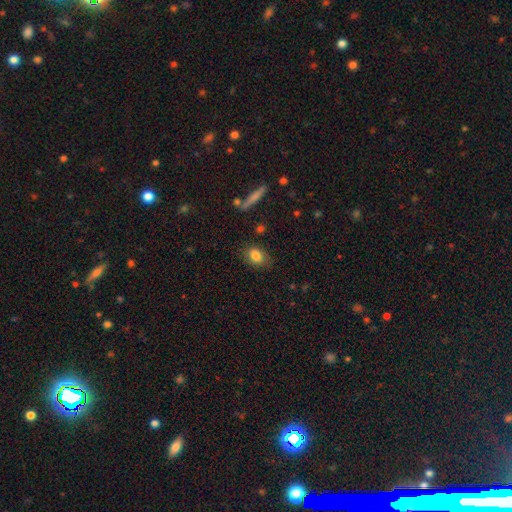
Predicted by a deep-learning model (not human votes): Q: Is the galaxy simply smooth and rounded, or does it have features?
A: smooth — 82%.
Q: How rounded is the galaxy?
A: in between — 74%.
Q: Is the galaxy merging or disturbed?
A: none — 80%.